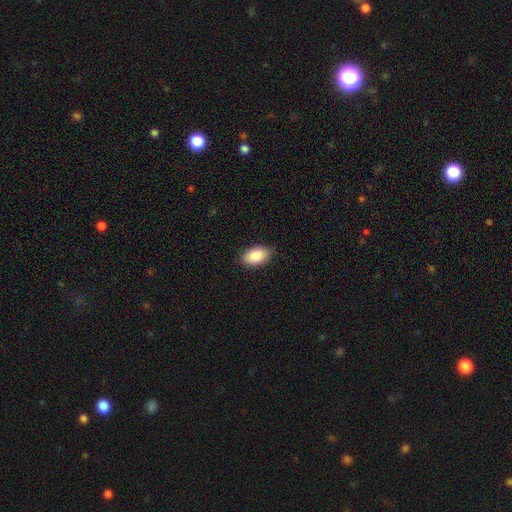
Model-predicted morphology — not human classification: type=smooth (88%); roundness=in between (93%); merging=none (85%).